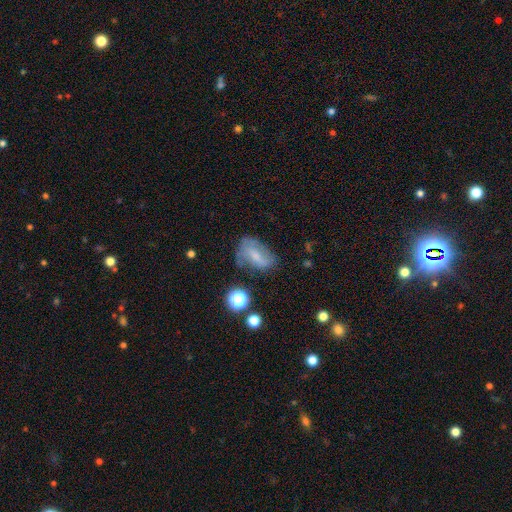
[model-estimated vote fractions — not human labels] Smooth or featured?
  - smooth: 47% *
  - featured or disk: 41%
  - star or artifact: 12%
Merging?
  - none: 50% *
  - minor disturbance: 29%
  - major disturbance: 17%
  - merger: 4%